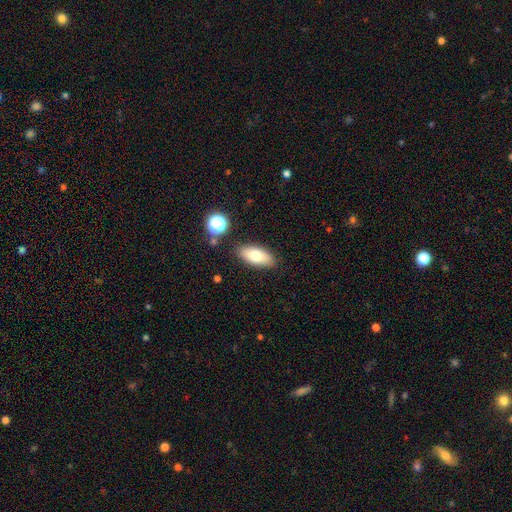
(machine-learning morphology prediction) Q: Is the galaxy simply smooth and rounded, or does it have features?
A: smooth — 72%.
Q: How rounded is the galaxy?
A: in between — 84%.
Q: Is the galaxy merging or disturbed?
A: none — 86%.